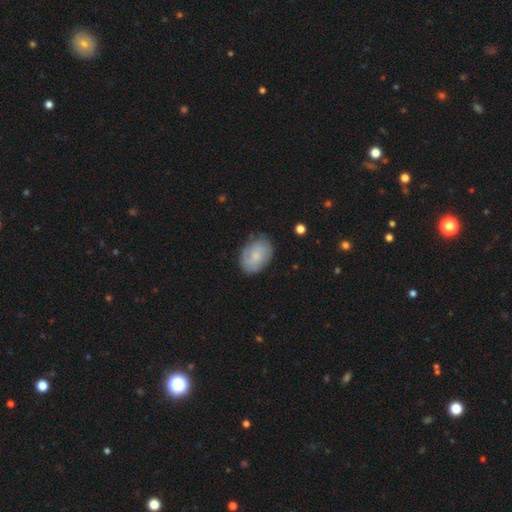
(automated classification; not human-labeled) smooth 58%, featured or disk 35%, star or artifact 7%. Down the decision tree: how rounded — in between (77%); merging — none (75%).